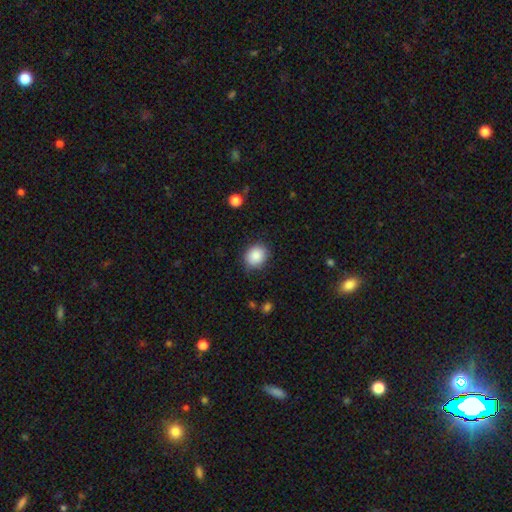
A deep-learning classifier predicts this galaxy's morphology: smooth-or-featured: smooth: 88% | star or artifact: 8% | featured or disk: 4%
  how-rounded: round: 68% | in between: 31% | cigar-shaped: 1%
  merging: none: 82% | minor disturbance: 14% | major disturbance: 3% | merger: 1%